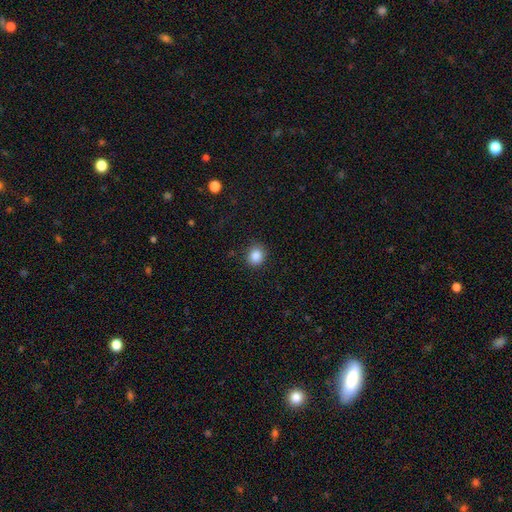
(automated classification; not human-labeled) Morphology: type=smooth (86%); roundness=round (82%); merging=none (88%).